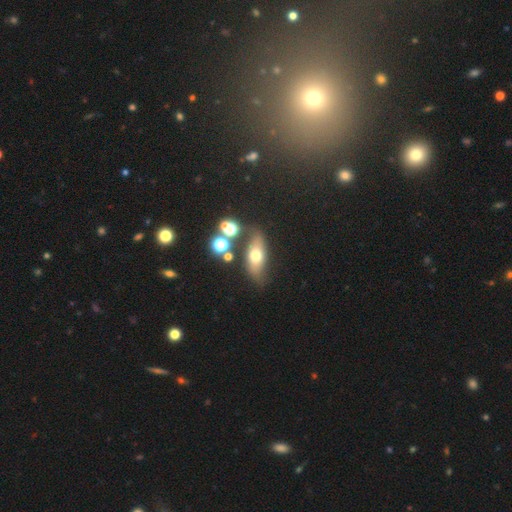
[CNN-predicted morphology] type=smooth (59%); roundness=in between (69%); merging=none (68%).